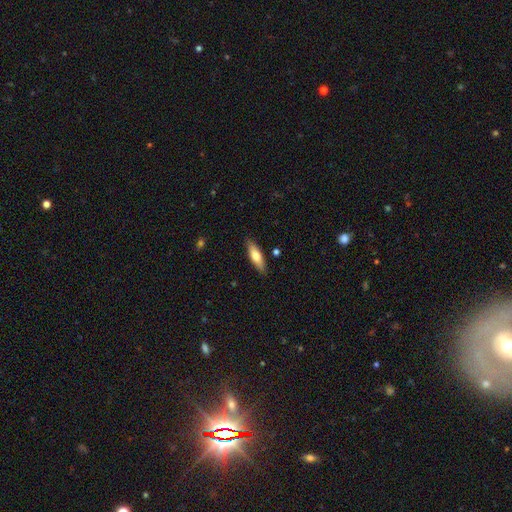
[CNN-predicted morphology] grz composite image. It shows a smooth galaxy with no disk features (69%) that is cigar-shaped (50%). Merging: none (86%).